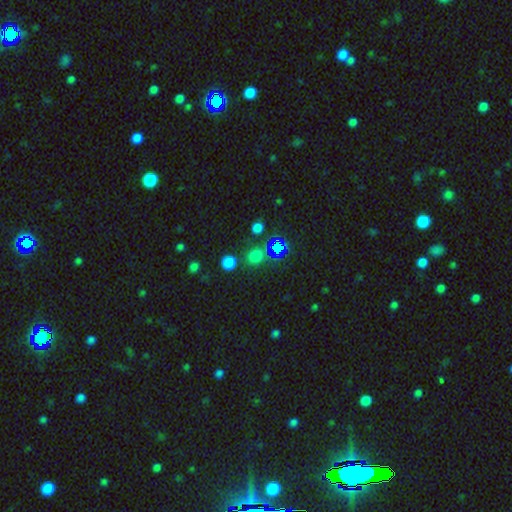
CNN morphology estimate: A smooth galaxy with no disk features (60%) that is round (72%).

Vote fractions:
- Smooth or featured? smooth: 60% / star or artifact: 34% / featured or disk: 6%
- How rounded? round: 72% / in between: 26% / cigar-shaped: 1%
- Merging? none: 76% / minor disturbance: 10% / merger: 10% / major disturbance: 4%